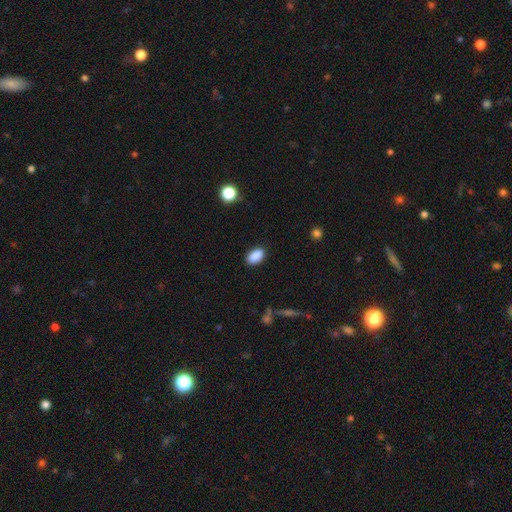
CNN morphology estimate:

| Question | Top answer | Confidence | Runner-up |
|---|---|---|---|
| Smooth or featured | smooth | 89% | star or artifact (8%) |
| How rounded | in between | 91% | round (7%) |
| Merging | none | 87% | minor disturbance (10%) |